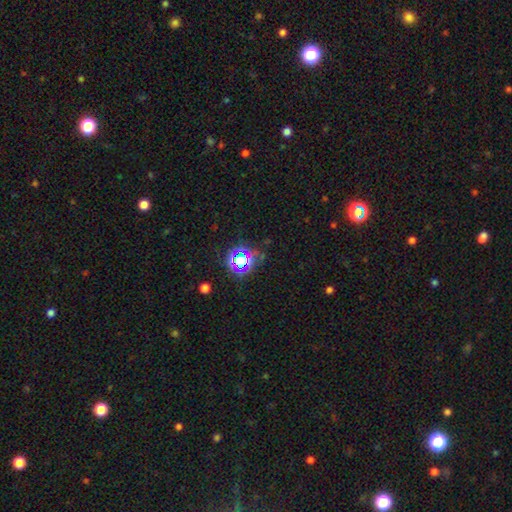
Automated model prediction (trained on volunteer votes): smooth-or-featured: star or artifact: 73% | smooth: 18% | featured or disk: 9%